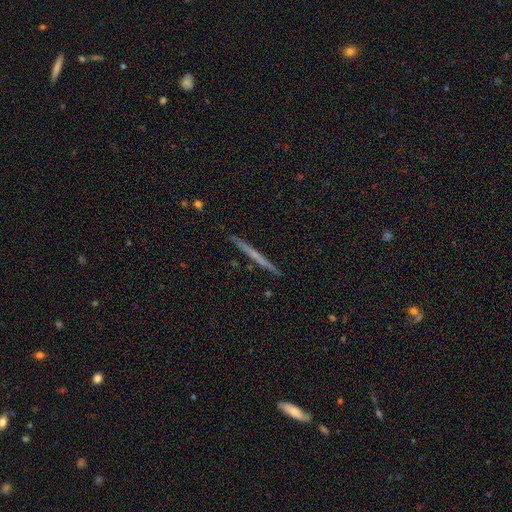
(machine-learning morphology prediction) The model was most divided on "smooth or featured": featured or disk: 53%, smooth: 41%, star or artifact: 6%. More confident: edge-on disk — yes (98%); merging — none (92%); edge-on bulge — none (89%).